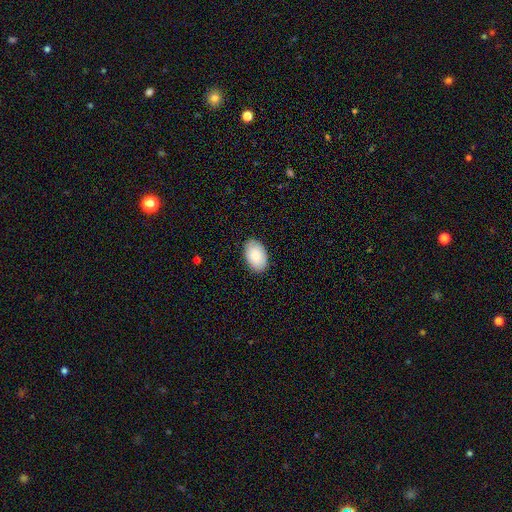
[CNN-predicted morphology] This appears to be a smooth galaxy with no disk features (85%) that is in between round and cigar-shaped (92%). Merging: none (87%).